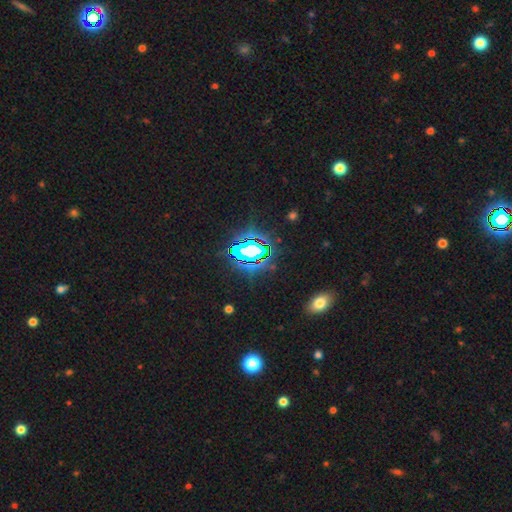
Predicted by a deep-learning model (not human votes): smooth_or_featured: star or artifact (p=0.73) [alt: smooth p=0.15]